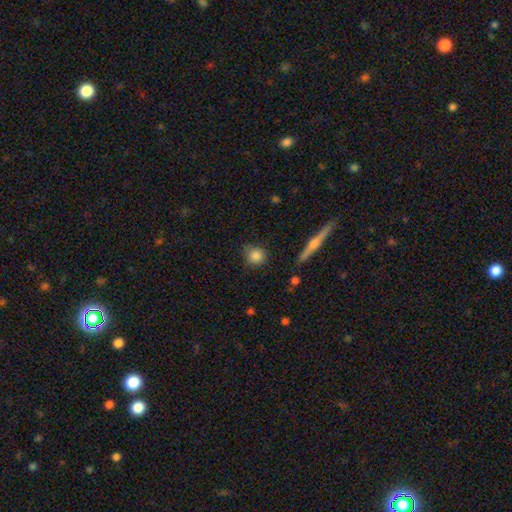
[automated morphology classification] The model was most divided on "merging": none: 79%, minor disturbance: 15%, major disturbance: 4%, merger: 3%. More confident: how rounded — round (87%); smooth or featured — smooth (85%).